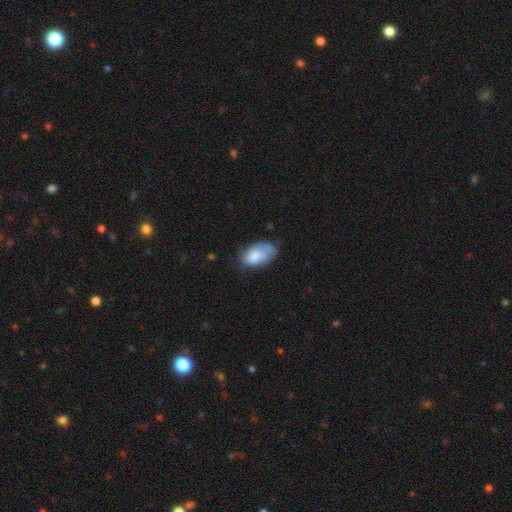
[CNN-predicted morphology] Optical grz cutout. It shows a smooth galaxy with no disk features (72%) that is in between round and cigar-shaped (92%). Merging: none (46%).